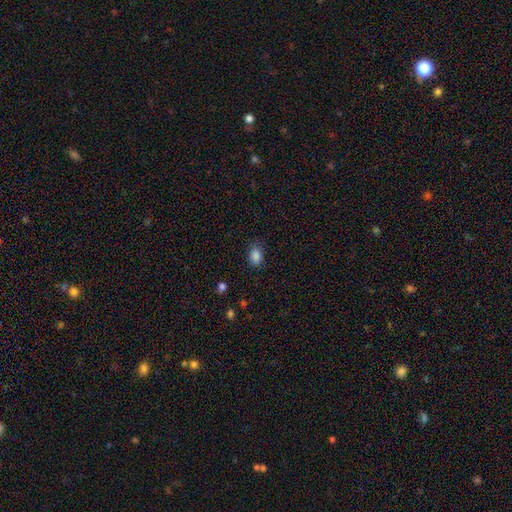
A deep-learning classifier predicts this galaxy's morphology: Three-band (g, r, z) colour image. It shows a smooth galaxy with no disk features (86%) that is in between round and cigar-shaped (82%). Merging: none (79%).